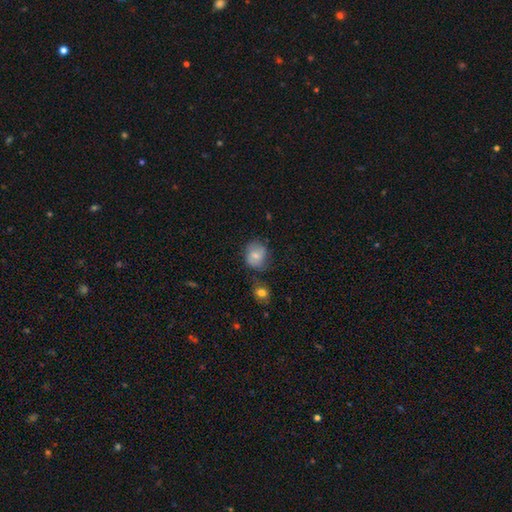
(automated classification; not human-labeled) A smooth galaxy with no disk features (73%) that is round (72%). Merging: none (65%).